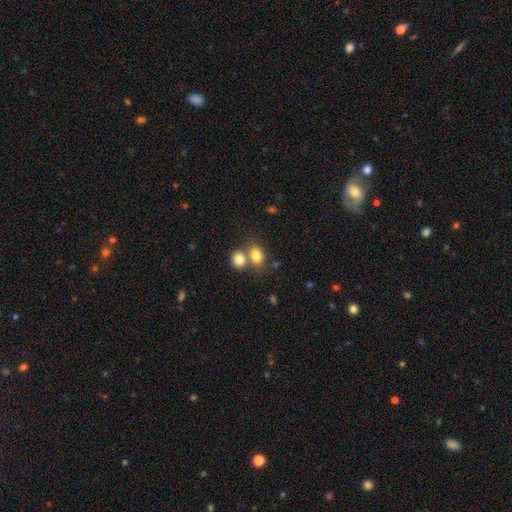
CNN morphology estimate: smooth 81%, star or artifact 10%, featured or disk 10%. Down the decision tree: how rounded — in between (63%); merging — merger (47%).